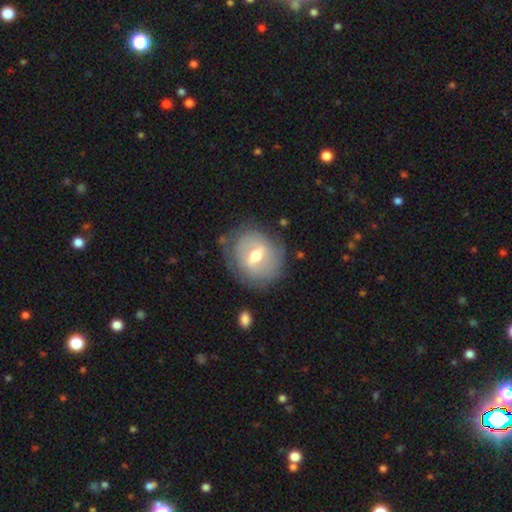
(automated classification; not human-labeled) smooth_or_featured: featured or disk (p=0.55) [alt: smooth p=0.38]
disk_edge_on: no (p=0.91) [alt: yes p=0.09]
merging: none (p=0.74) [alt: minor disturbance p=0.17]